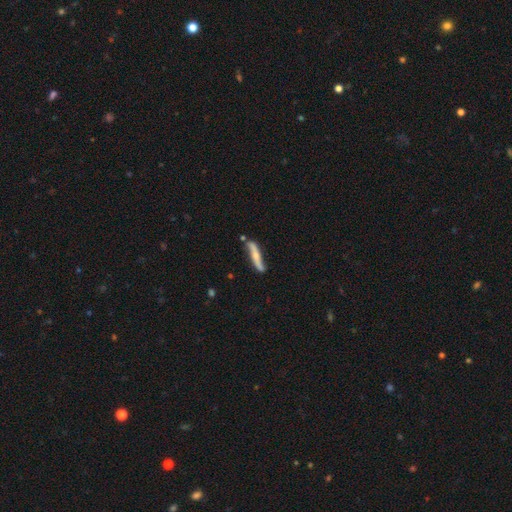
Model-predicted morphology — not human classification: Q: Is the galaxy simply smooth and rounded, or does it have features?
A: featured or disk — 52%.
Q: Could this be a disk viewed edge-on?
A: yes — 63%.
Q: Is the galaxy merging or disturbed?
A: none — 69%.